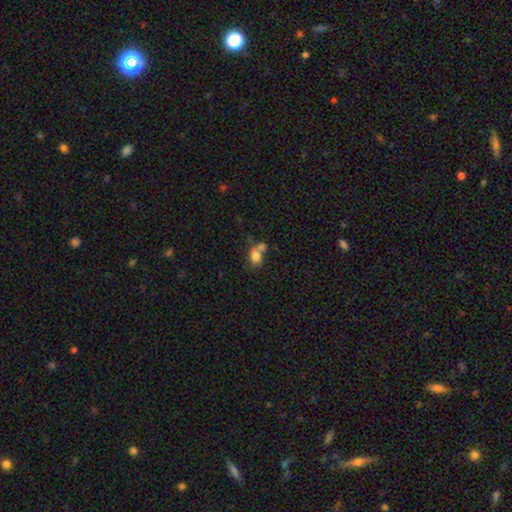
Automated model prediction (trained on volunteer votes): Q: Smooth or featured?
A: smooth (78%); runner-up: featured or disk (12%)
Q: How rounded?
A: in between (53%); runner-up: round (46%)
Q: Merging?
A: merger (45%); runner-up: none (37%)